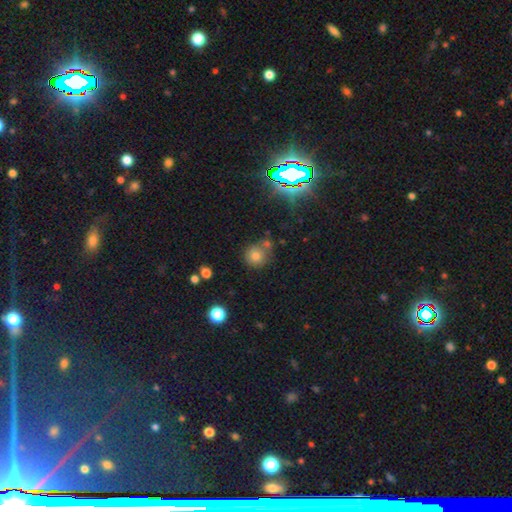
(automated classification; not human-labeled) Overall: smooth (73%). How rounded: round (90%). Merging: none (63%).